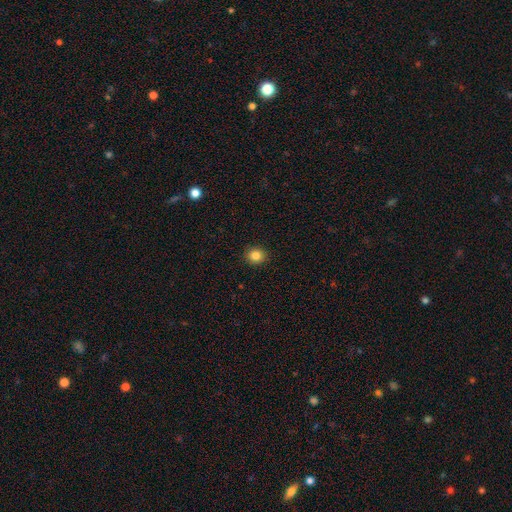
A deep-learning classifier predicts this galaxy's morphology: type=smooth (84%); roundness=round (78%); merging=none (91%).